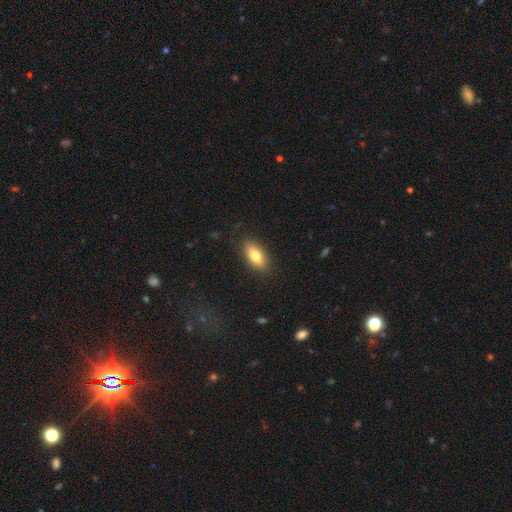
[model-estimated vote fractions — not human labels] smooth 77%, featured or disk 16%, star or artifact 7%. Down the decision tree: how rounded — in between (86%); merging — none (87%).